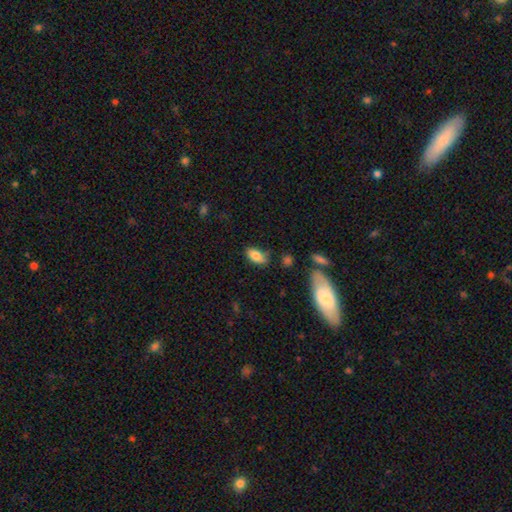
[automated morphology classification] Smooth or featured? smooth (83%)
How rounded? in between (92%)
Merging? none (68%)